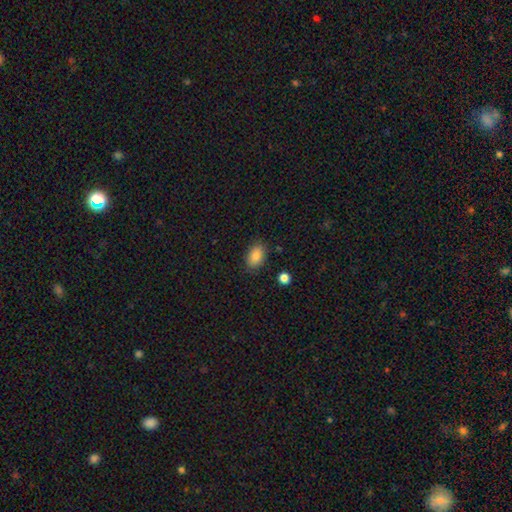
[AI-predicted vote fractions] Morphology: type=smooth (86%); roundness=in between (87%); merging=none (83%).